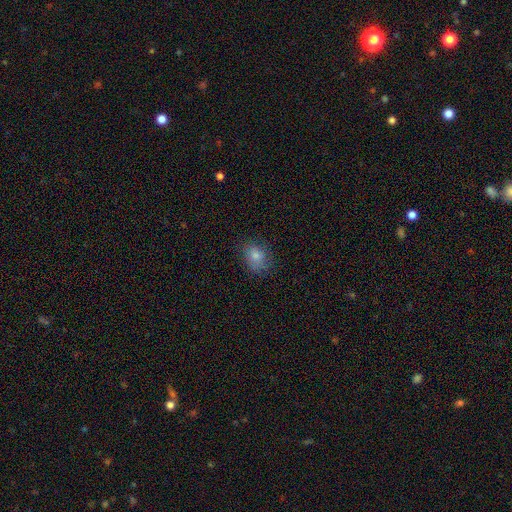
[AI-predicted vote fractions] Smooth or featured: smooth — 72% (star or artifact — 14%)
How rounded: in between — 53% (round — 46%)
Merging: none — 73% (minor disturbance — 19%)